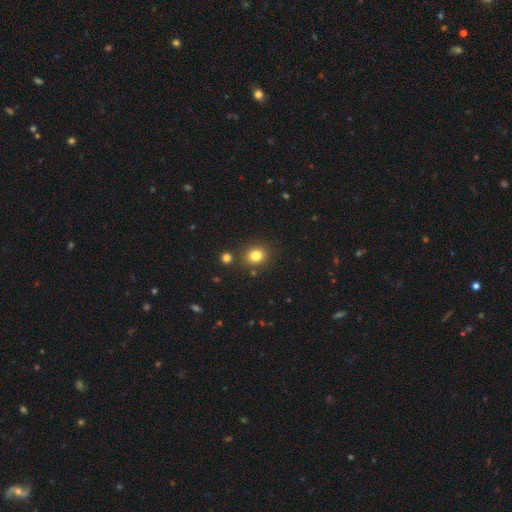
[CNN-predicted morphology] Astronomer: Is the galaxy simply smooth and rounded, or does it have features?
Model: smooth — 81%.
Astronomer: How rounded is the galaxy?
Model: round — 71%.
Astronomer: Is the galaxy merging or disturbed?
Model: none — 82%.